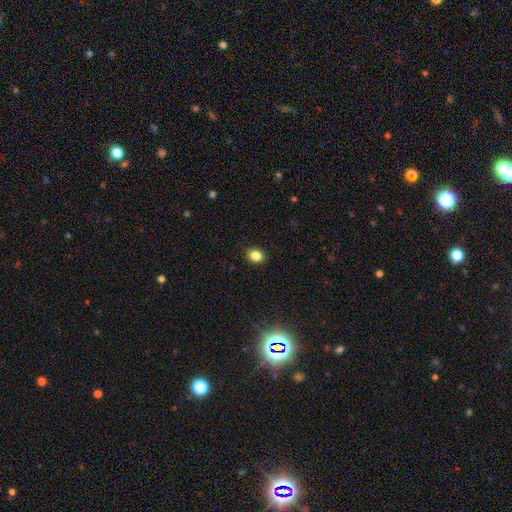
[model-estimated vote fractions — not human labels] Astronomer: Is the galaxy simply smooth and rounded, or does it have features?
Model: smooth — 84%.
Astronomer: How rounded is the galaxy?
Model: round — 61% (runner-up: in between, 38%).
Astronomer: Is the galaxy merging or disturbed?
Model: none — 87%.